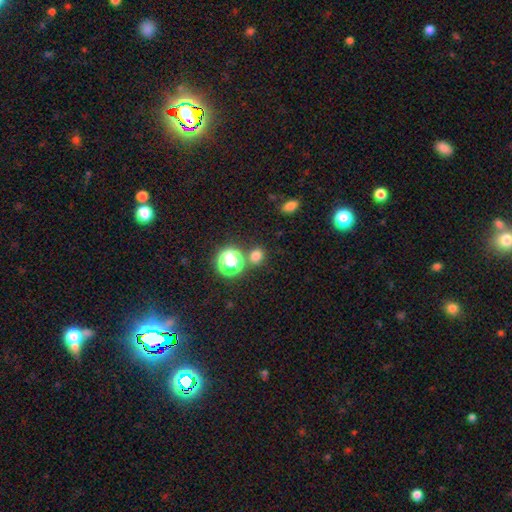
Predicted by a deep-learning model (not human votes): The model was most divided on "smooth or featured": smooth: 73%, star or artifact: 22%, featured or disk: 5%. More confident: how rounded — round (83%); merging — none (77%).